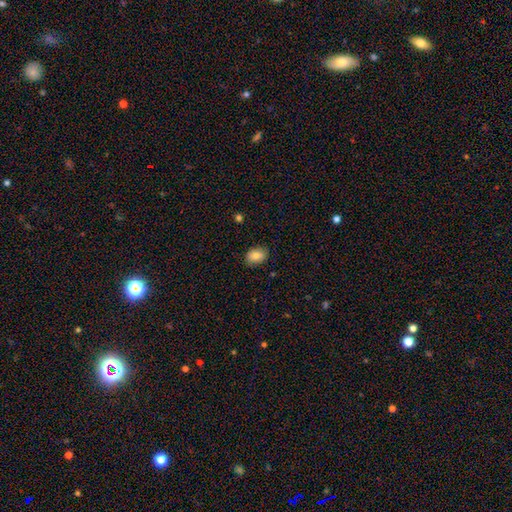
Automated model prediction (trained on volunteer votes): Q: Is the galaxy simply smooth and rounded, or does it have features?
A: smooth — 82%.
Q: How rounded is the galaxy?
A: in between — 76%.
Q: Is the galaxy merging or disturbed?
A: none — 85%.